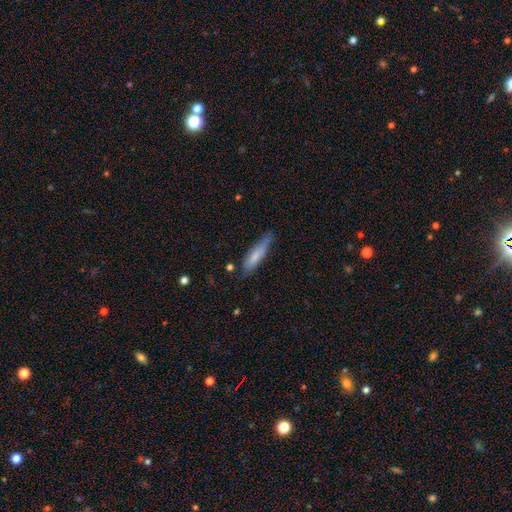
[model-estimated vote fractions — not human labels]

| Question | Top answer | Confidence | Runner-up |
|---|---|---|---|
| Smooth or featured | smooth | 70% | featured or disk (24%) |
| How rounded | cigar-shaped | 81% | in between (18%) |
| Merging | none | 69% | minor disturbance (24%) |